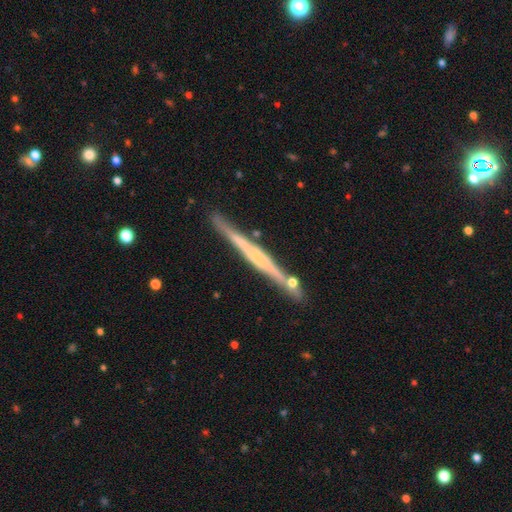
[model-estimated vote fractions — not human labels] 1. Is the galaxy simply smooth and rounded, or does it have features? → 72% featured or disk, 22% smooth, 6% star or artifact.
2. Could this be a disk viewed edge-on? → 97% yes, 3% no.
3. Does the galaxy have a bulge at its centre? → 50% none, 32% rounded, 19% boxy.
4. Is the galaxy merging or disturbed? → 83% none, 10% minor disturbance, 5% merger, 2% major disturbance.